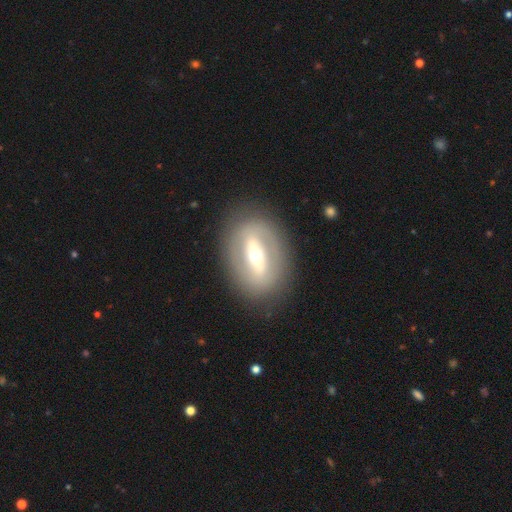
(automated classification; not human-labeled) The model was most divided on "bulge size": moderate: 58%, small: 34%, large: 6%, dominant: 1%, none: 1%. More confident: edge-on disk — no (88%); merging — none (84%); smooth or featured — featured or disk (72%); spiral arms — no (62%); bar — strong (61%).